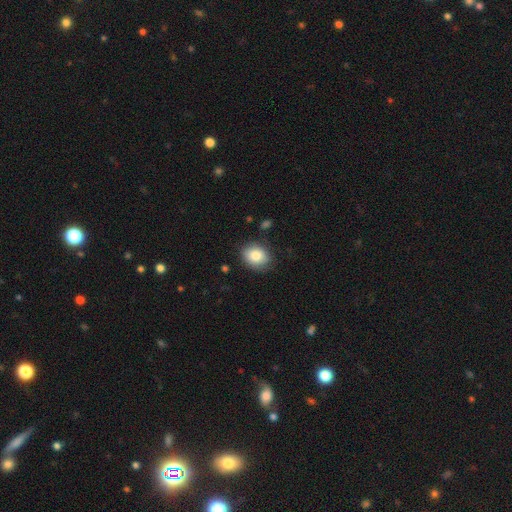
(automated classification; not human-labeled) smooth_or_featured: smooth (p=0.82) [alt: featured or disk p=0.11]
how_rounded: in between (p=0.52) [alt: round p=0.47]
merging: none (p=0.77) [alt: minor disturbance p=0.17]